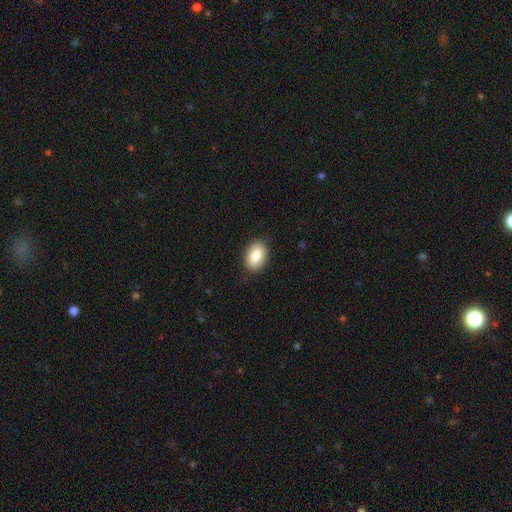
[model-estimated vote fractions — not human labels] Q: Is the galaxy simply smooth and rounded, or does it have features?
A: smooth — 86%.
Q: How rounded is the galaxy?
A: in between — 84%.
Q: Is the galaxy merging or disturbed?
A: none — 88%.